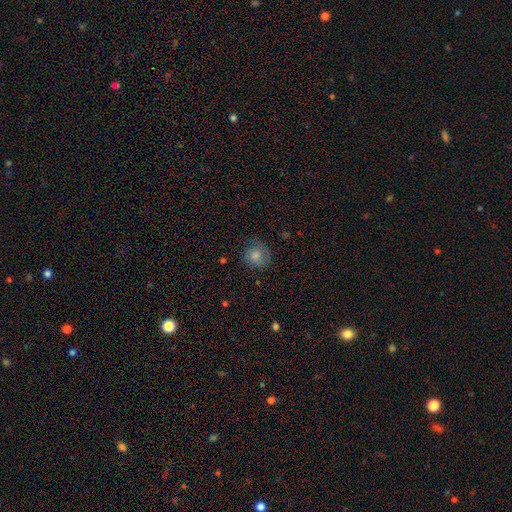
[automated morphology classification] type=smooth (67%); roundness=round (83%); merging=none (67%).